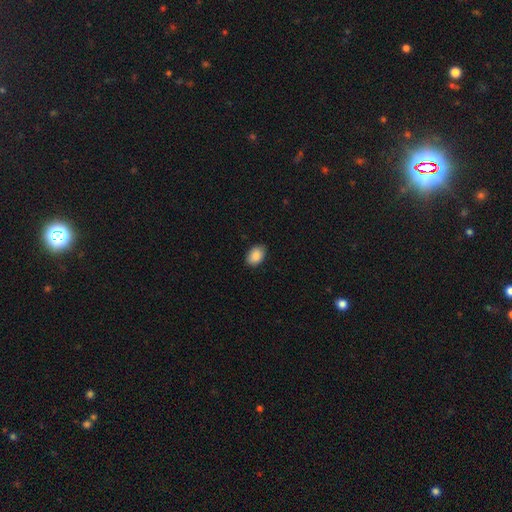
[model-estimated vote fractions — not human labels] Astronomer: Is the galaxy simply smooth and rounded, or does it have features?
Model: smooth — 89%.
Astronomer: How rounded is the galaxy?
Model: in between — 84%.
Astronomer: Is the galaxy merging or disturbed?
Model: none — 87%.